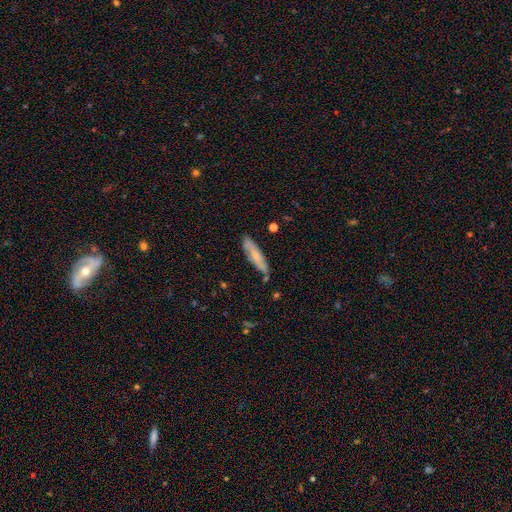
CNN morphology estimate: A smooth galaxy with no disk features (58%) that is cigar-shaped (77%).

Vote fractions:
- Smooth or featured? smooth: 58% / featured or disk: 36% / star or artifact: 7%
- How rounded? cigar-shaped: 77% / in between: 21% / round: 2%
- Merging? none: 80% / minor disturbance: 15% / merger: 3% / major disturbance: 2%